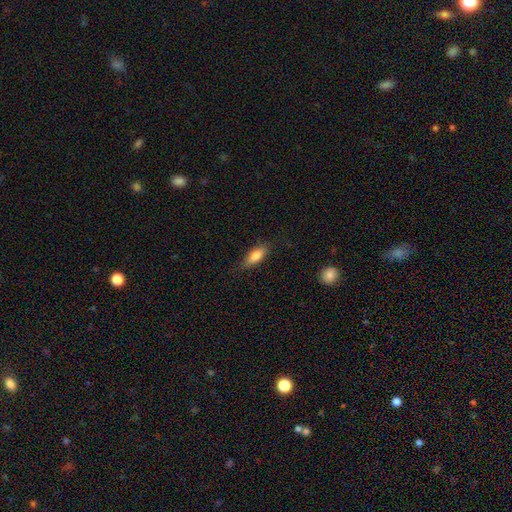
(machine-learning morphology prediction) Smooth or featured? Predicted: smooth (p=0.80). How rounded? Predicted: in between (p=0.73). Merging? Predicted: none (p=0.80).